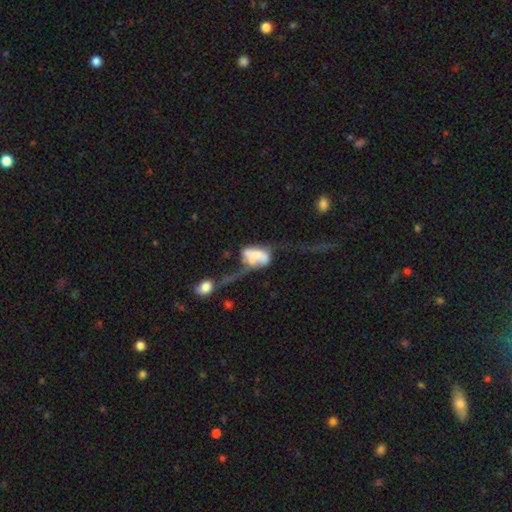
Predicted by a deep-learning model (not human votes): Smooth or featured?
  - featured or disk: 47% *
  - smooth: 44%
  - star or artifact: 9%
Merging?
  - merger: 46% *
  - major disturbance: 36%
  - none: 10%
  - minor disturbance: 8%